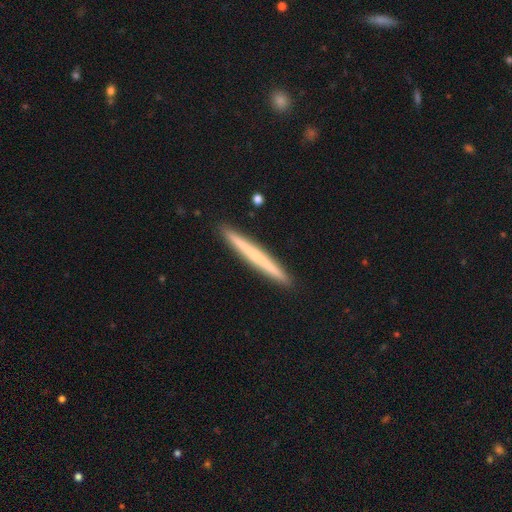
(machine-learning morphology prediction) Smooth or featured?
  - smooth: 50% *
  - featured or disk: 45%
  - star or artifact: 6%
Merging?
  - none: 93% *
  - minor disturbance: 5%
  - major disturbance: 1%
  - merger: 1%